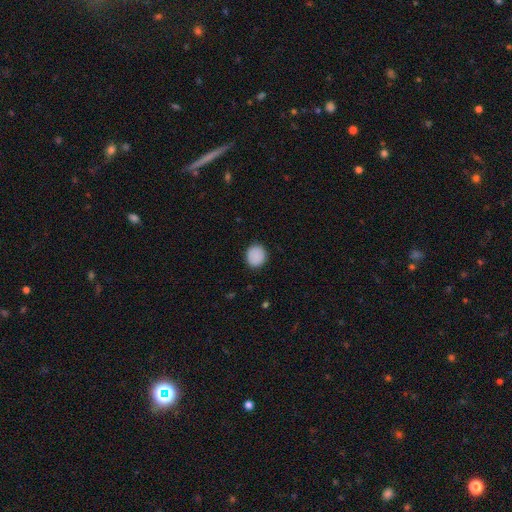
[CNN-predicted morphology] smooth 89%, star or artifact 8%, featured or disk 3%. Down the decision tree: how rounded — round (84%); merging — none (90%).